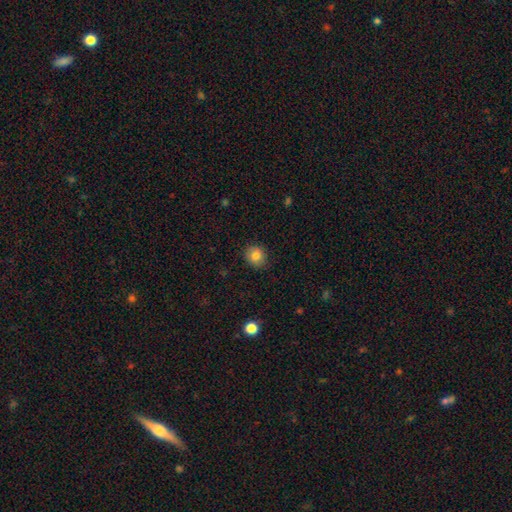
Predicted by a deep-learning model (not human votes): This appears to be a smooth galaxy with no disk features (83%) that is round (82%). Merging: none (88%).